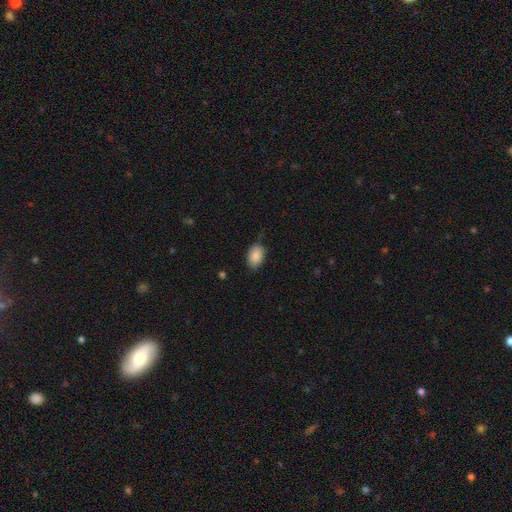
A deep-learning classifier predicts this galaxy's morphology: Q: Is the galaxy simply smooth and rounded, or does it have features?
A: smooth — 88%.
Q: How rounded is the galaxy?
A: in between — 86%.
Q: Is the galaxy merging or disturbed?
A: none — 81%.